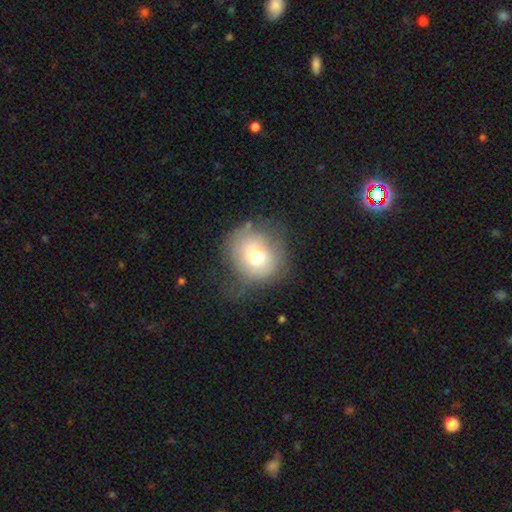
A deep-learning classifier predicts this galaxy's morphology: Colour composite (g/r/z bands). It shows a smooth galaxy with no disk features (69%) that is round (81%). Merging: none (59%).